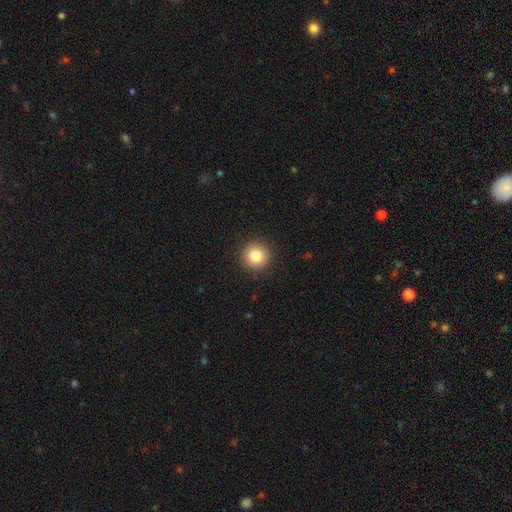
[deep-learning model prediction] This appears to be a smooth galaxy with no disk features (83%) that is round (95%). Merging: none (92%).